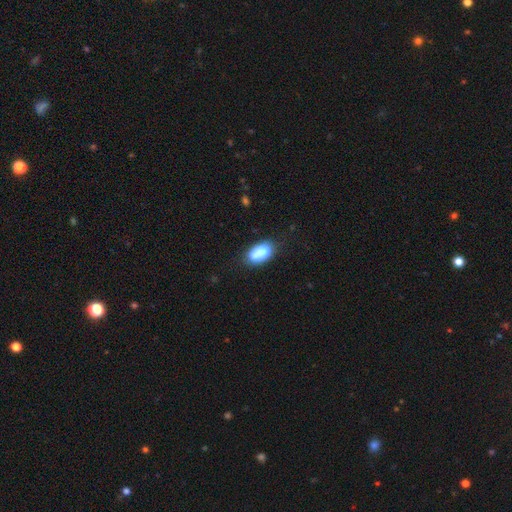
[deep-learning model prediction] smooth_or_featured: smooth (p=0.74) [alt: featured or disk p=0.17]
how_rounded: in between (p=0.88) [alt: round p=0.07]
merging: none (p=0.51) [alt: merger p=0.24]